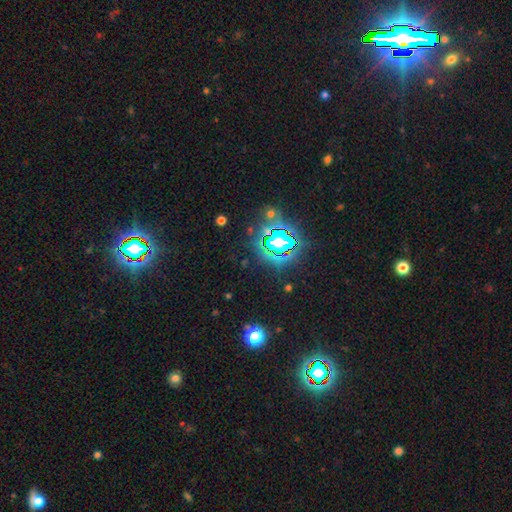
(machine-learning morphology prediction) type=star or artifact (81%).